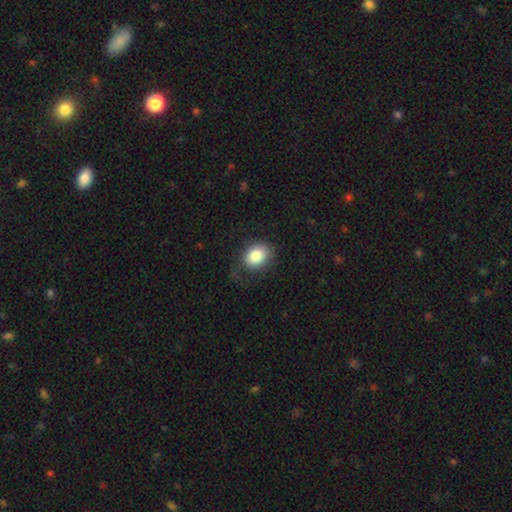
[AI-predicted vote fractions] Q: Smooth or featured?
A: smooth (83%); runner-up: featured or disk (8%)
Q: How rounded?
A: in between (52%); runner-up: round (47%)
Q: Merging?
A: none (70%); runner-up: minor disturbance (20%)